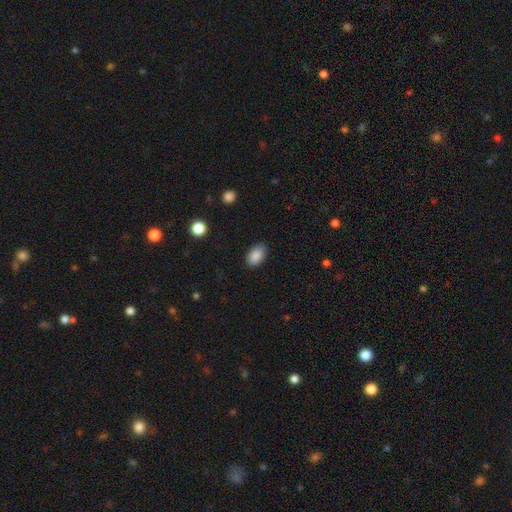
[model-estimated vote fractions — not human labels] Smooth or featured?
  - smooth: 88% *
  - star or artifact: 8%
  - featured or disk: 4%
How rounded?
  - in between: 92% *
  - round: 7%
  - cigar-shaped: 1%
Merging?
  - none: 84% *
  - minor disturbance: 12%
  - major disturbance: 3%
  - merger: 1%